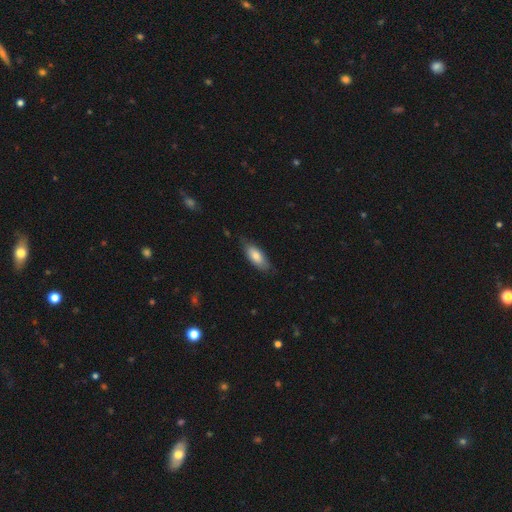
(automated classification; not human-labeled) smooth_or_featured: smooth (p=0.79) [alt: featured or disk p=0.16]
how_rounded: in between (p=0.78) [alt: cigar-shaped p=0.21]
merging: none (p=0.74) [alt: minor disturbance p=0.21]